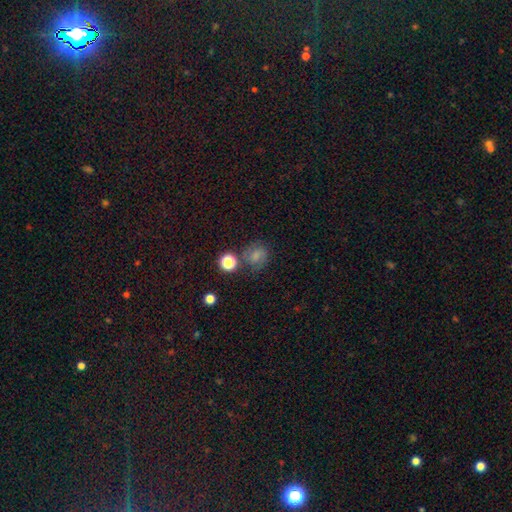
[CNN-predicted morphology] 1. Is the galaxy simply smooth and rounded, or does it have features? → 60% smooth, 23% featured or disk, 17% star or artifact.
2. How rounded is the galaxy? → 74% round, 25% in between, 1% cigar-shaped.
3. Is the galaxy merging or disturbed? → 65% none, 18% minor disturbance, 9% merger, 8% major disturbance.